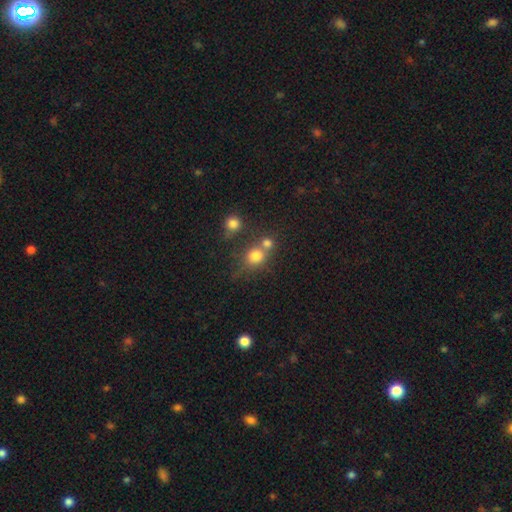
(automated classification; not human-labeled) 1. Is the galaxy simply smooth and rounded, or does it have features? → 76% smooth, 14% star or artifact, 10% featured or disk.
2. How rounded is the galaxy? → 78% round, 20% in between, 1% cigar-shaped.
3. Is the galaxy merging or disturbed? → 46% none, 39% merger, 10% minor disturbance, 5% major disturbance.